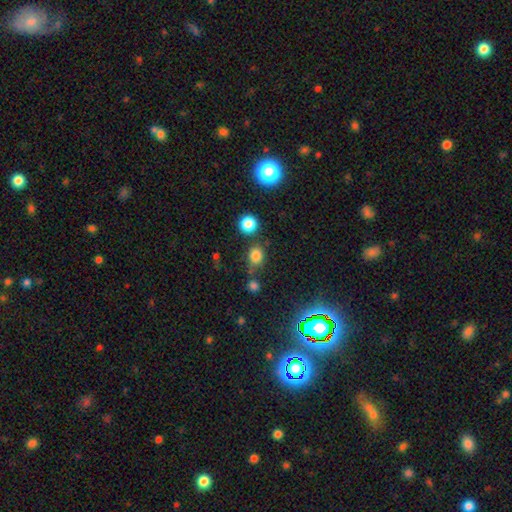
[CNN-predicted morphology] This is likely a smooth galaxy (77%). How rounded: possibly round (59%). Merging: likely none (67%).